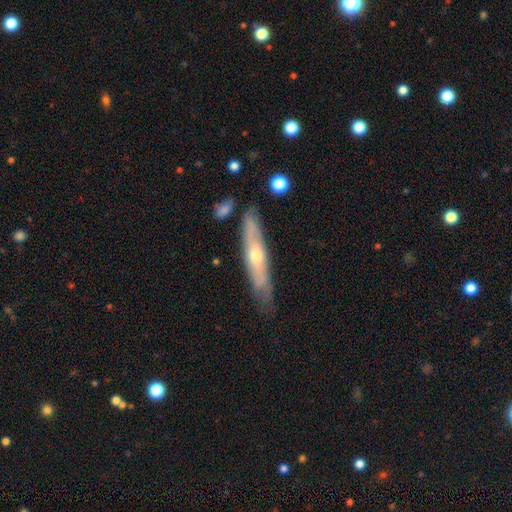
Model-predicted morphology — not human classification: smooth_or_featured: featured or disk (p=0.56) [alt: smooth p=0.38]
disk_edge_on: yes (p=0.66) [alt: no p=0.34]
merging: none (p=0.75) [alt: minor disturbance p=0.18]